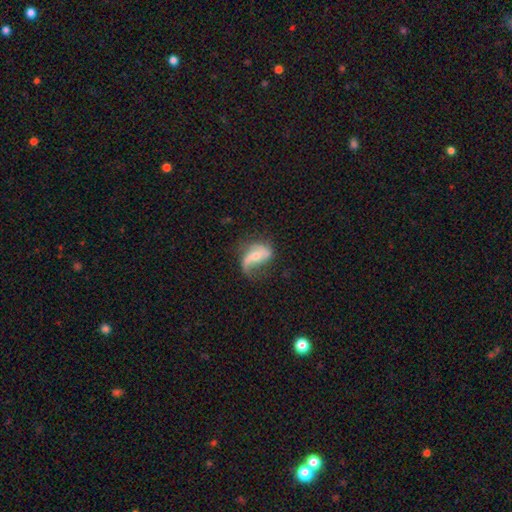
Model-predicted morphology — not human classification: Smooth or featured?
  - featured or disk: 70% *
  - smooth: 23%
  - star or artifact: 7%
Edge-on disk?
  - no: 95% *
  - yes: 5%
Bar?
  - no: 48% *
  - weak: 32%
  - strong: 20%
Spiral arms?
  - yes: 88% *
  - no: 12%
Spiral winding?
  - loose: 69% *
  - medium: 24%
  - tight: 8%
Spiral arm count?
  - 2: 63% *
  - 1: 28%
  - can't tell: 5%
  - 3: 1%
  - 4: 1%
  - more than 4: 1%
Bulge size?
  - small: 47% *
  - moderate: 45%
  - none: 3%
  - large: 3%
  - dominant: 1%
Merging?
  - none: 42% *
  - minor disturbance: 28%
  - major disturbance: 27%
  - merger: 3%